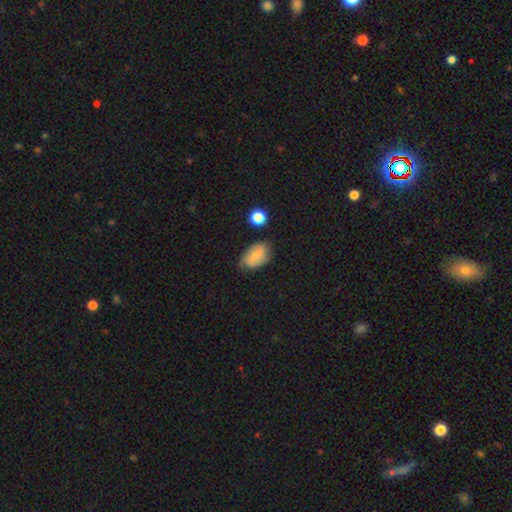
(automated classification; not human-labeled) Morphology: type=smooth (66%); roundness=in between (88%); merging=none (62%).